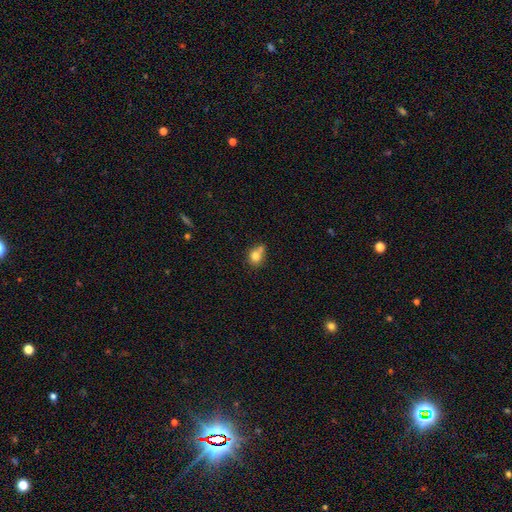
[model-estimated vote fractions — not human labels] Smooth or featured: smooth — 78% (featured or disk — 11%)
How rounded: round — 68% (in between — 31%)
Merging: none — 44% (merger — 29%)